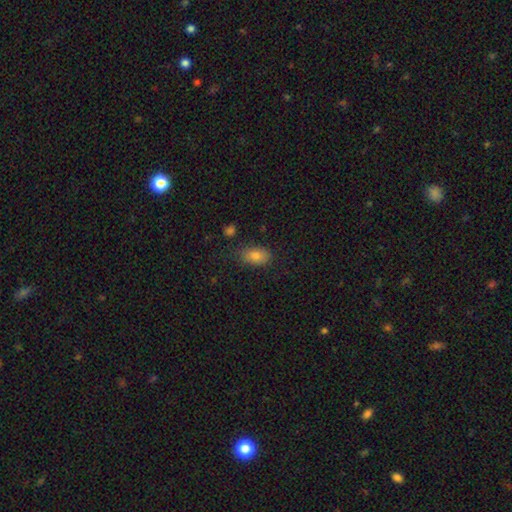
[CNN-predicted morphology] A smooth galaxy with no disk features (82%) that is in between round and cigar-shaped (89%).

Vote fractions:
- Smooth or featured? smooth: 82% / star or artifact: 10% / featured or disk: 8%
- How rounded? in between: 89% / round: 9% / cigar-shaped: 2%
- Merging? none: 78% / minor disturbance: 16% / major disturbance: 3% / merger: 2%